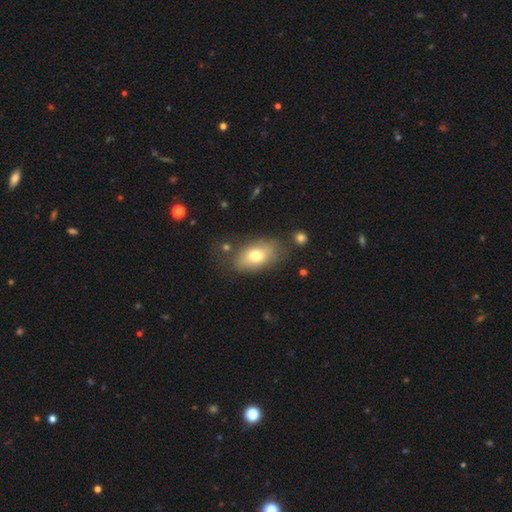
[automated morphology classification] Smooth or featured? smooth (71%)
How rounded? in between (89%)
Merging? none (70%)